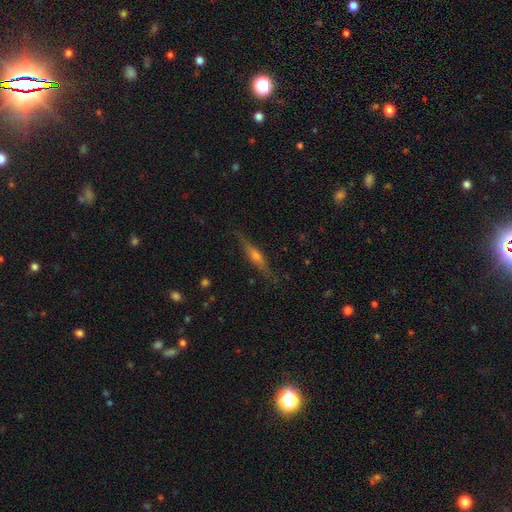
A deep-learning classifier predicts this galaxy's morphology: smooth_or_featured: featured or disk (p=0.72) [alt: smooth p=0.21]
disk_edge_on: yes (p=0.97) [alt: no p=0.03]
edge_on_bulge: rounded (p=0.79) [alt: boxy p=0.11]
merging: none (p=0.86) [alt: minor disturbance p=0.10]